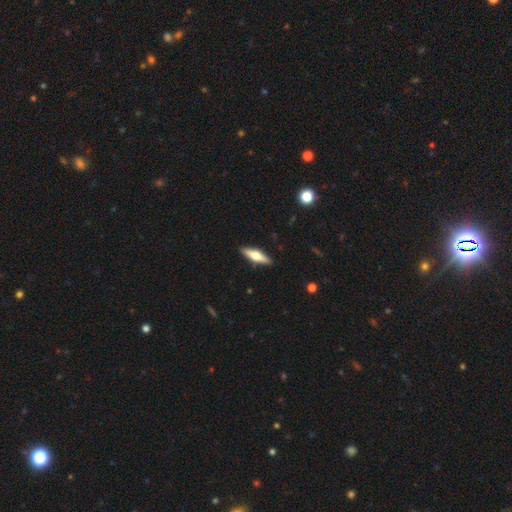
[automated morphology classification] A featured or disk galaxy (57%) viewed edge-on (95%) with a rounded central bulge (93%). Merging: none (91%).